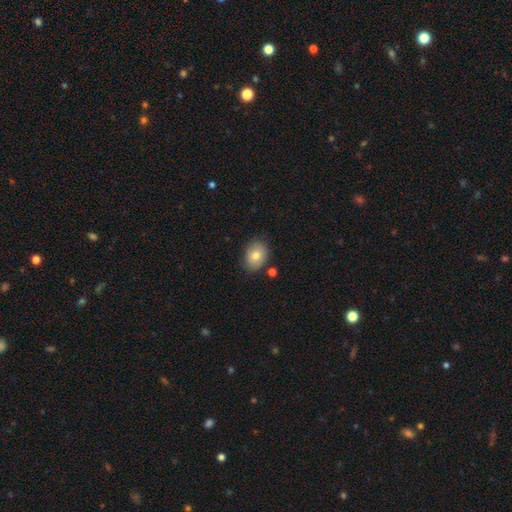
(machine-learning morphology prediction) Smooth or featured: smooth — 77% (featured or disk — 15%)
How rounded: in between — 66% (round — 33%)
Merging: none — 80% (minor disturbance — 13%)